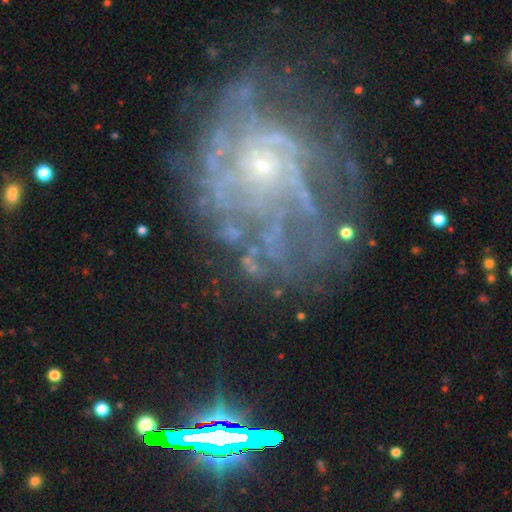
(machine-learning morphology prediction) smooth-or-featured: featured or disk: 78% | star or artifact: 13% | smooth: 9%
  disk-edge-on: no: 97% | yes: 3%
    bar: no: 81% | weak: 15% | strong: 4%
    has-spiral-arms: yes: 83% | no: 17%
      spiral-winding: tight: 49% | medium: 34% | loose: 17%
      spiral-arm-count: can't tell: 43% | 4: 14% | 2: 13% | 3: 12% | more than 4: 11% | 1: 7%
    bulge-size: small: 79% | moderate: 13% | none: 6% | large: 2% | dominant: 1%
  merging: none: 53% | major disturbance: 24% | minor disturbance: 20% | merger: 3%